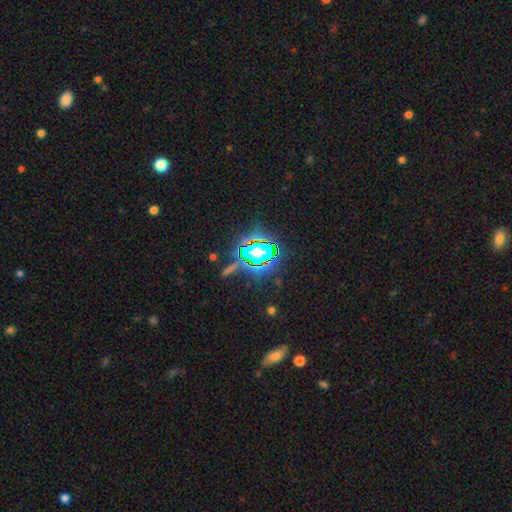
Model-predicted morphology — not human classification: This is clearly a star or artifact rather than a galaxy (81%).